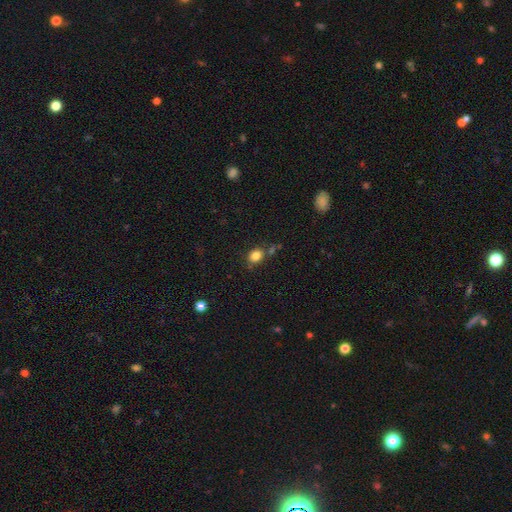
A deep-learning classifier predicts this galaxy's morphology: A smooth galaxy with no disk features (83%) that is in between round and cigar-shaped (50%). Merging: none (69%).